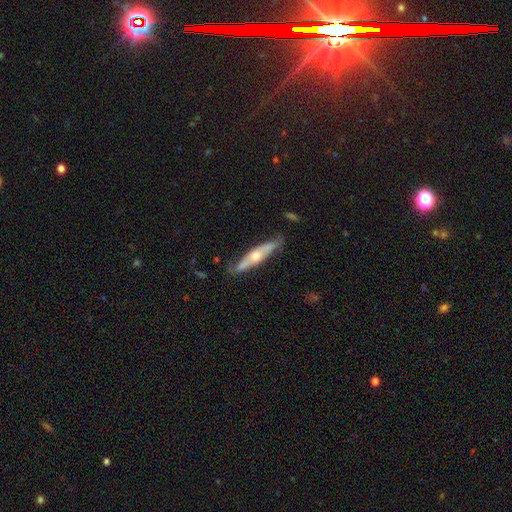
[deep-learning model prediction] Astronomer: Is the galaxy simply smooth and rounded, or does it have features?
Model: featured or disk — 59% (runner-up: smooth, 36%).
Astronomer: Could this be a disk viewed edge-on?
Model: yes — 69%.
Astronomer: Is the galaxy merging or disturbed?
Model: none — 72%.